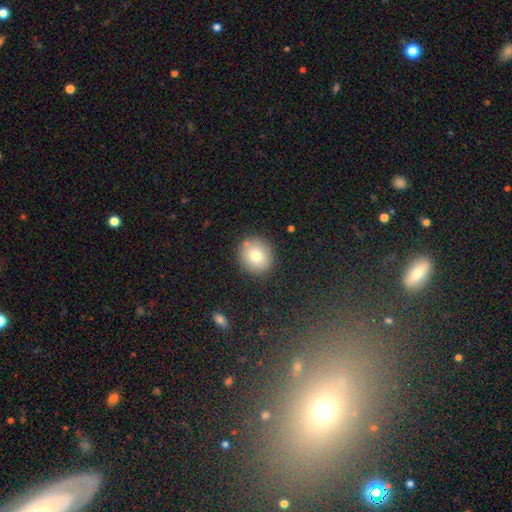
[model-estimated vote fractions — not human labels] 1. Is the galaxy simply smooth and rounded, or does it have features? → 77% smooth, 12% featured or disk, 11% star or artifact.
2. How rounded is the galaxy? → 84% round, 15% in between, 1% cigar-shaped.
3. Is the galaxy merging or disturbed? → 86% none, 9% minor disturbance, 3% merger, 3% major disturbance.